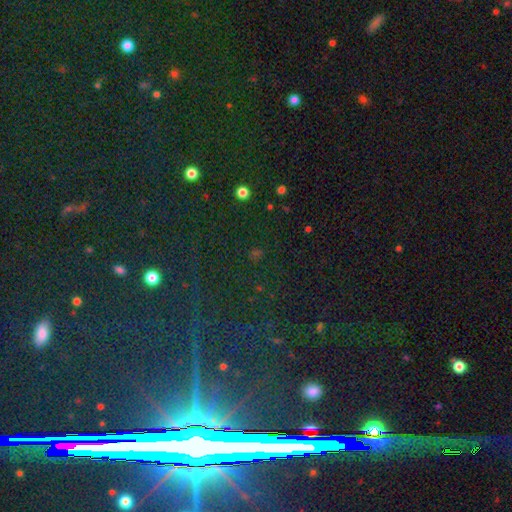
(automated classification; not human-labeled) Smooth or featured: star or artifact — 81% (smooth — 11%)